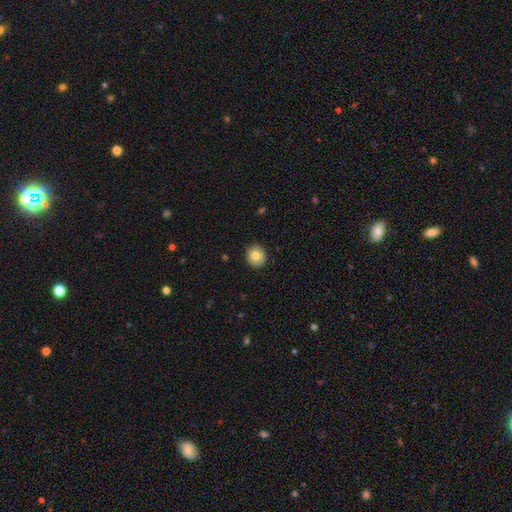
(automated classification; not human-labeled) A smooth galaxy with no disk features (80%) that is round (88%). Merging: none (92%).